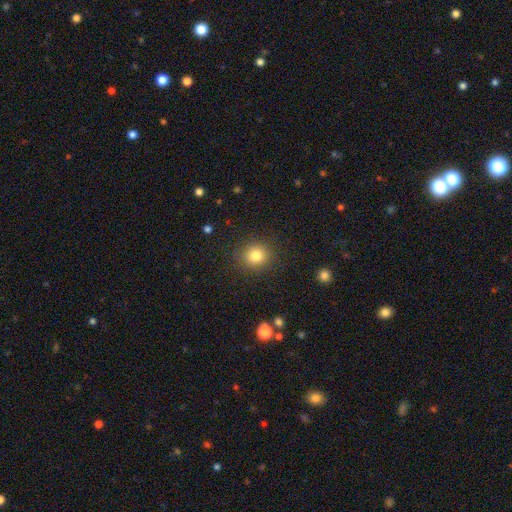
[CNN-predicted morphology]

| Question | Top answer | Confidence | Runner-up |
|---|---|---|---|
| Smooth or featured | smooth | 82% | star or artifact (12%) |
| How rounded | round | 86% | in between (13%) |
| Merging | none | 89% | minor disturbance (7%) |